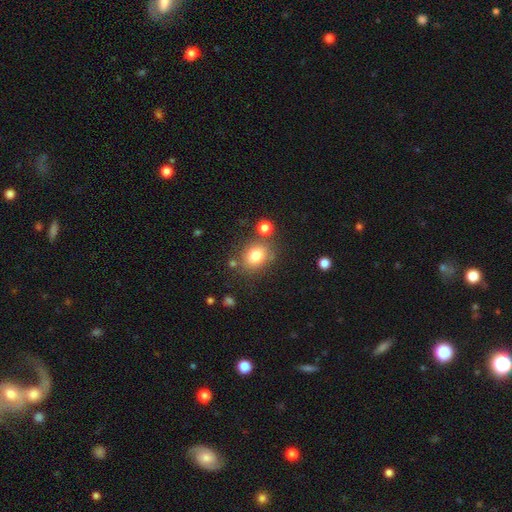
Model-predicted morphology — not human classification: Smooth or featured?
  - smooth: 79% *
  - star or artifact: 11%
  - featured or disk: 10%
How rounded?
  - round: 50% *
  - in between: 48%
  - cigar-shaped: 1%
Merging?
  - none: 72% *
  - minor disturbance: 14%
  - merger: 10%
  - major disturbance: 5%